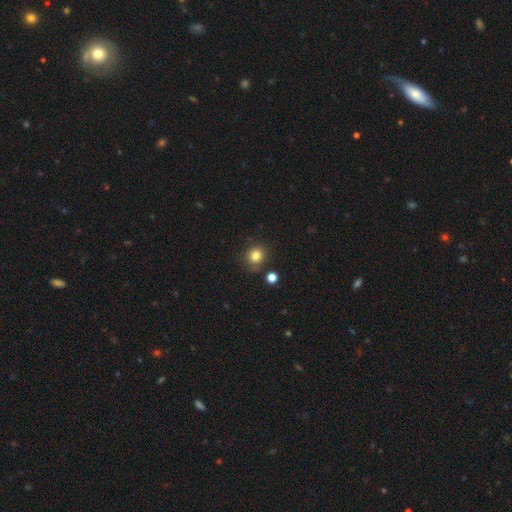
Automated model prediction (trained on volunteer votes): The model was most divided on "merging": none: 77%, minor disturbance: 13%, merger: 6%, major disturbance: 4%. More confident: how rounded — round (87%); smooth or featured — smooth (82%).